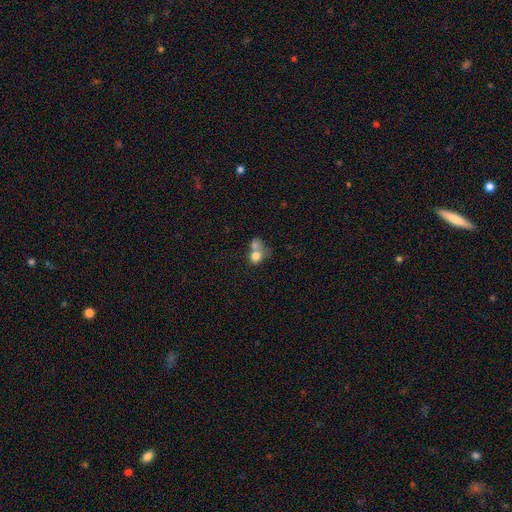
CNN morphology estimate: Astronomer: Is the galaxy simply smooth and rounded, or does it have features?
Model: smooth — 74%.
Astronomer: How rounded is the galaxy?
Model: round — 67%.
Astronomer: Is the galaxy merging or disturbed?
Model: merger — 64%.